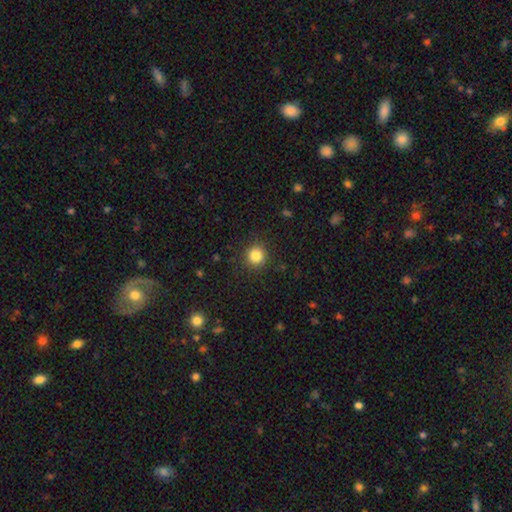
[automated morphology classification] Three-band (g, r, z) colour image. It shows a smooth galaxy with no disk features (83%) that is round (93%). Merging: none (90%).